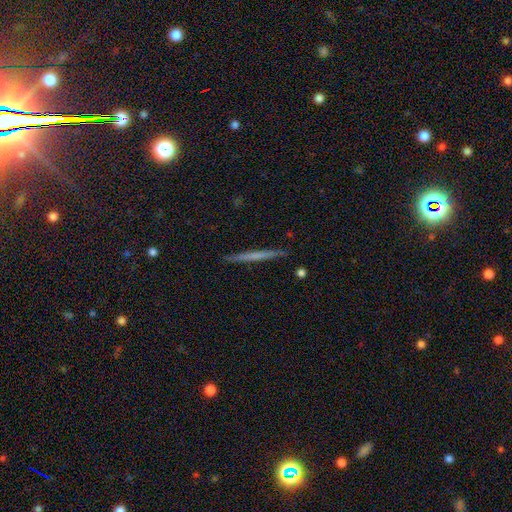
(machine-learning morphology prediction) The model was most divided on "smooth or featured": smooth: 48%, featured or disk: 46%, star or artifact: 6%. More confident: merging — none (91%).